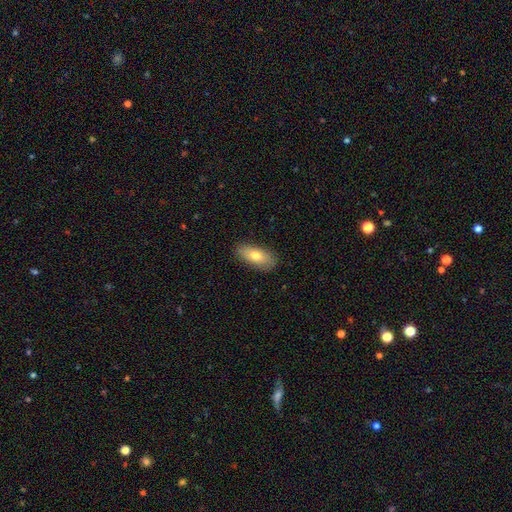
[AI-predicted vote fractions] Smooth or featured: smooth — 77% (featured or disk — 17%)
How rounded: in between — 83% (cigar-shaped — 14%)
Merging: none — 85% (minor disturbance — 12%)